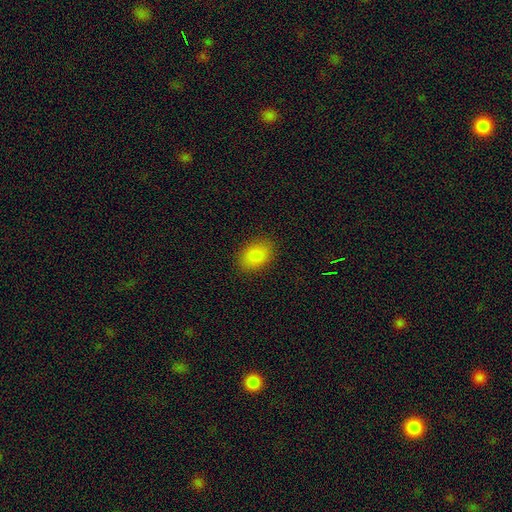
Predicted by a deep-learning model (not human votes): smooth 86%, star or artifact 9%, featured or disk 5%. Down the decision tree: how rounded — in between (83%); merging — none (87%).